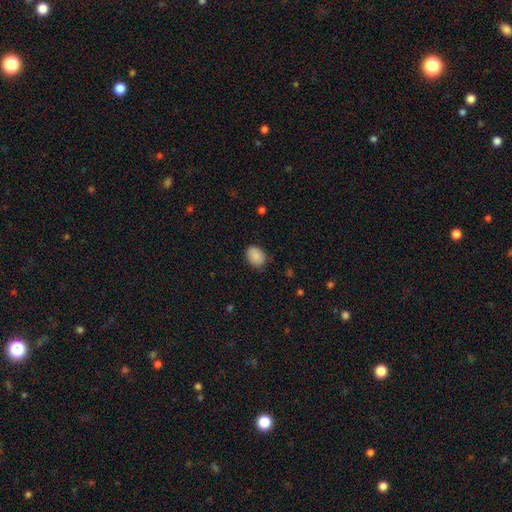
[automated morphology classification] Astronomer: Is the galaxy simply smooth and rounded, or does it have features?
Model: smooth — 89%.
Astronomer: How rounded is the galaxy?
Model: in between — 64%.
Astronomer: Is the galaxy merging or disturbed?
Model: none — 79%.